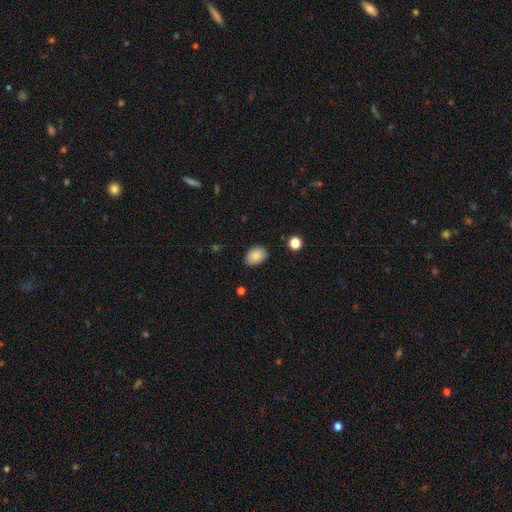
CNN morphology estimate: type=smooth (86%); roundness=in between (83%); merging=none (84%).